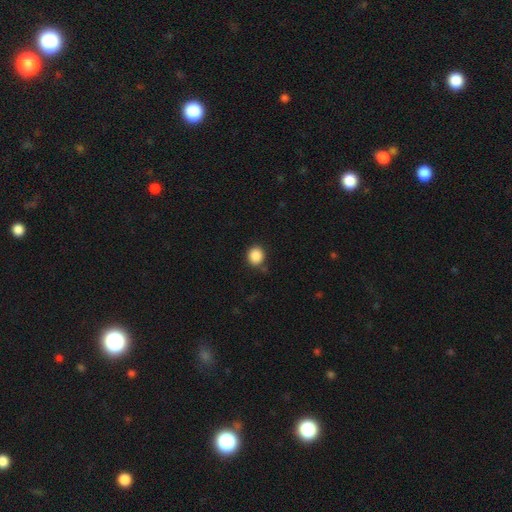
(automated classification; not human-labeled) This appears to be a smooth galaxy with no disk features (88%) that is round (85%). Merging: none (84%).